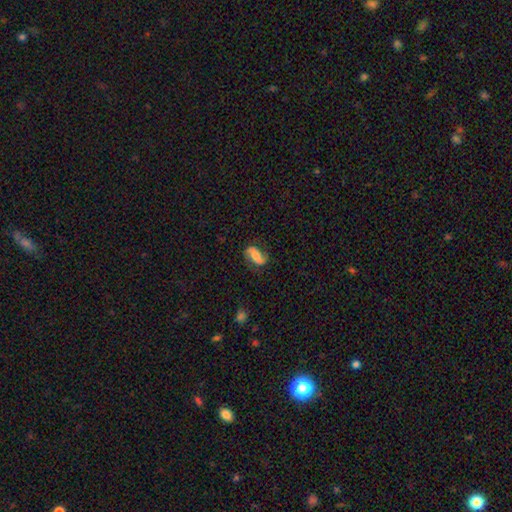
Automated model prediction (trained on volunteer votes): A featured or disk galaxy (60%) with no bar (40%), 2 (91%) loose (57%) spiral arms (91%) and a moderate central bulge (42%).

Vote fractions:
- Smooth or featured? featured or disk: 60% / smooth: 32% / star or artifact: 8%
- Edge-on disk? no: 94% / yes: 6%
- Bar? no: 40% / weak: 31% / strong: 29%
- Spiral arms? yes: 91% / no: 9%
- Spiral winding? loose: 57% / medium: 30% / tight: 13%
- Spiral arm count? 2: 91% / can't tell: 4% / 1: 3% / 3: 1% / 4: 1% / more than 4: 1%
- Bulge size? moderate: 42% / small: 31% / large: 13% / none: 12% / dominant: 3%
- Merging? none: 76% / minor disturbance: 16% / major disturbance: 6% / merger: 2%